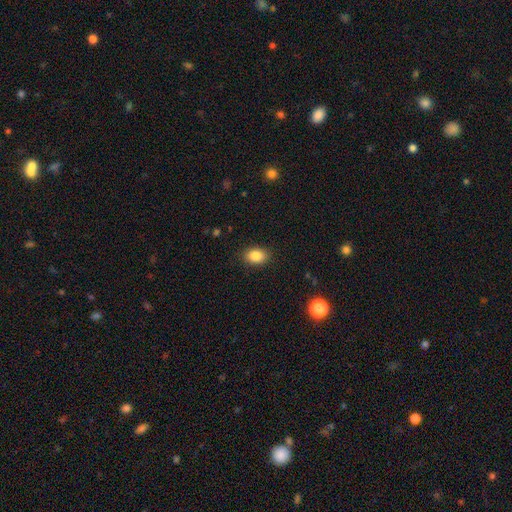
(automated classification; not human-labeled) A smooth galaxy with no disk features (86%) that is in between round and cigar-shaped (79%). Merging: none (88%).